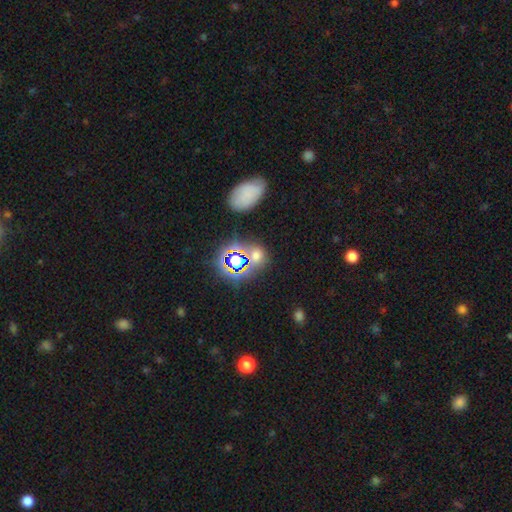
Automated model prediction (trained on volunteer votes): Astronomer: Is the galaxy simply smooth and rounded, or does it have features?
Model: star or artifact — 48% (runner-up: smooth, 43%).